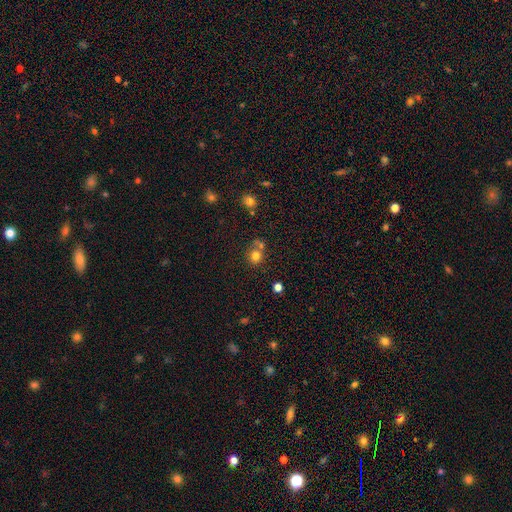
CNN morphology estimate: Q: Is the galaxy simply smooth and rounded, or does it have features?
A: smooth — 77%.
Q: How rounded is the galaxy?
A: round — 82%.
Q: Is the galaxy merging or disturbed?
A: none — 54%.